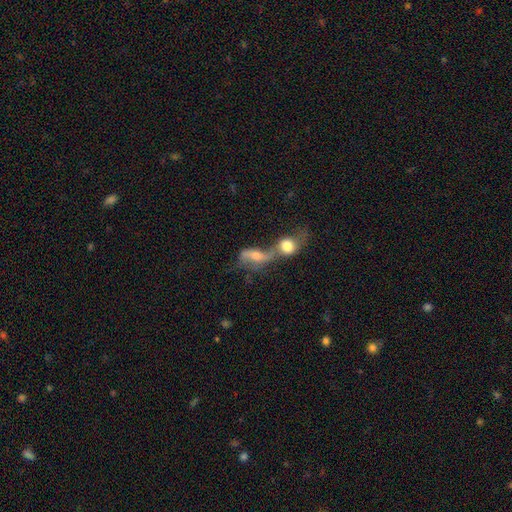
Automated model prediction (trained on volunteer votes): smooth-or-featured: featured or disk: 48% | smooth: 41% | star or artifact: 10%
  merging: merger: 74% | none: 11% | major disturbance: 9% | minor disturbance: 6%